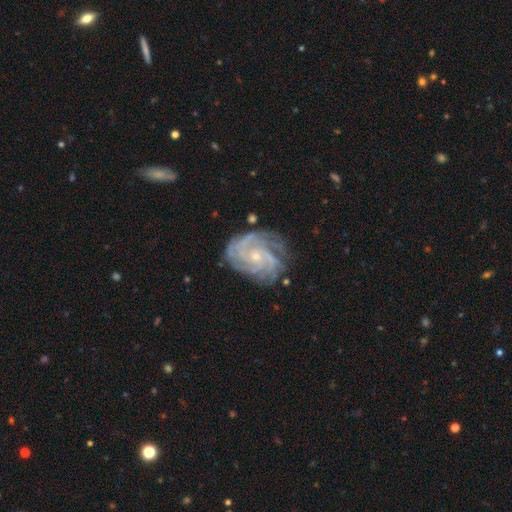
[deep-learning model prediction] smooth-or-featured: featured or disk: 89% | star or artifact: 6% | smooth: 5%
  disk-edge-on: no: 97% | yes: 3%
    bar: no: 71% | weak: 23% | strong: 6%
    has-spiral-arms: yes: 98% | no: 2%
      spiral-winding: tight: 71% | medium: 25% | loose: 4%
      spiral-arm-count: 4: 27% | 3: 23% | can't tell: 20% | 2: 13% | more than 4: 10% | 1: 7%
    bulge-size: small: 73% | moderate: 23% | none: 2% | large: 1% | dominant: 1%
  merging: none: 74% | minor disturbance: 18% | major disturbance: 6% | merger: 2%